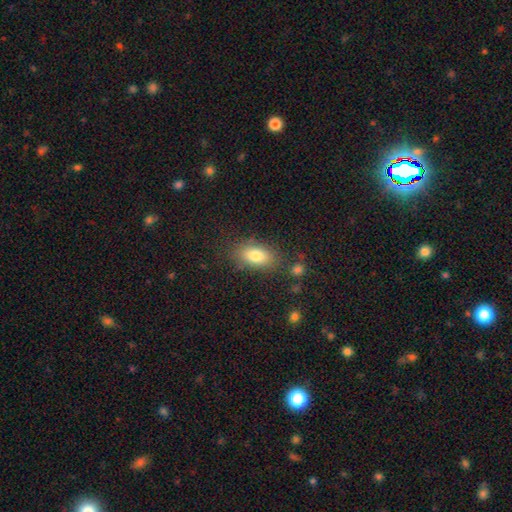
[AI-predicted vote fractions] smooth 81%, featured or disk 11%, star or artifact 8%. Down the decision tree: how rounded — in between (88%); merging — none (79%).